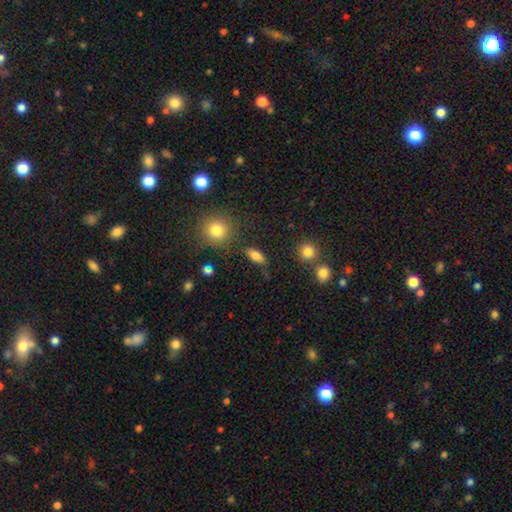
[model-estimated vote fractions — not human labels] The model was most divided on "merging": none: 78%, minor disturbance: 14%, major disturbance: 5%, merger: 4%. More confident: how rounded — in between (83%); smooth or featured — smooth (82%).